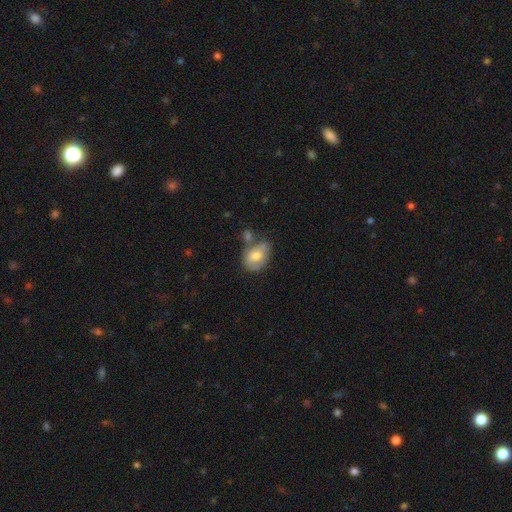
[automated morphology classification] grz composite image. It shows a smooth galaxy with no disk features (62%) that is in between round and cigar-shaped (75%). Merging: none (39%).